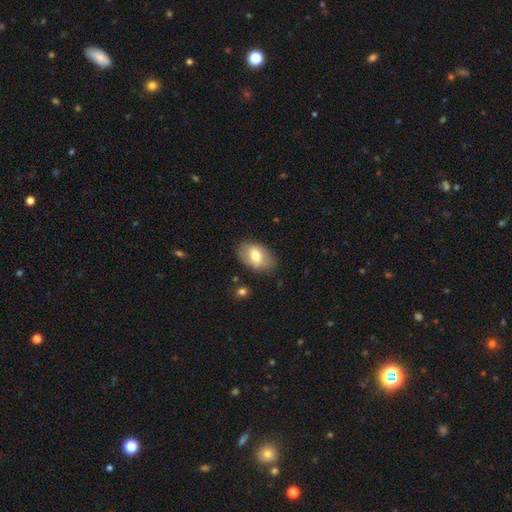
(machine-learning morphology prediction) smooth 68%, featured or disk 25%, star or artifact 7%. Down the decision tree: how rounded — in between (88%); merging — none (79%).